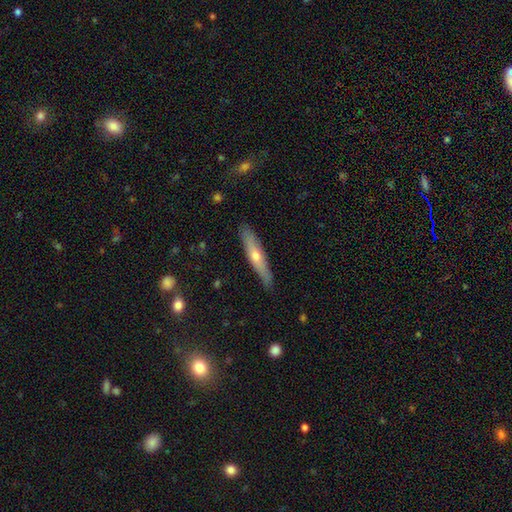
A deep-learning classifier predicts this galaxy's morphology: This is possibly a featured or disk galaxy (49%). Merging: clearly none (86%).